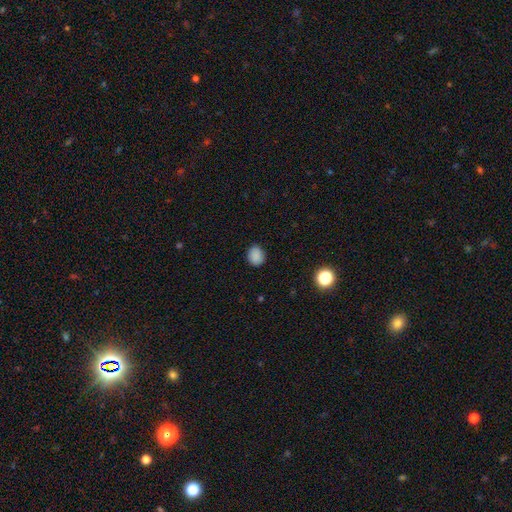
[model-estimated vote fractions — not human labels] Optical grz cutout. It shows a smooth galaxy with no disk features (86%) that is round (63%). Merging: none (85%).